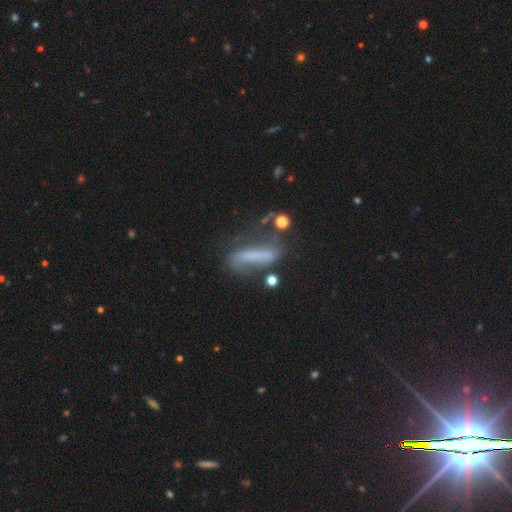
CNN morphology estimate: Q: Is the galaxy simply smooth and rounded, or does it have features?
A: featured or disk — 50%.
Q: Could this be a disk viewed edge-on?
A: no — 68%.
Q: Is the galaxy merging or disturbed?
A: none — 40%.